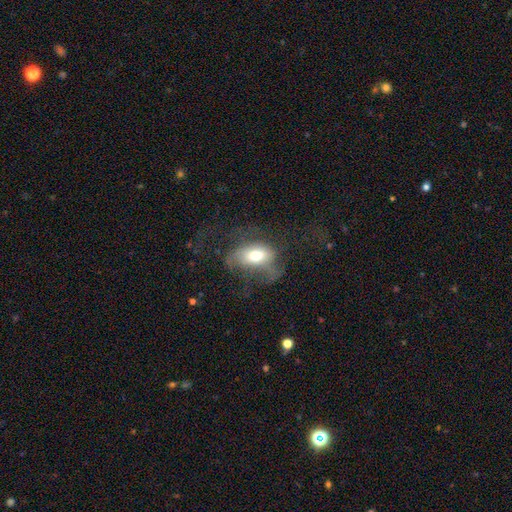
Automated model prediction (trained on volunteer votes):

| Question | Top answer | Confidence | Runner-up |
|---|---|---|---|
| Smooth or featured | smooth | 56% | featured or disk (35%) |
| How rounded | in between | 86% | round (10%) |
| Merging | major disturbance | 43% | none (33%) |